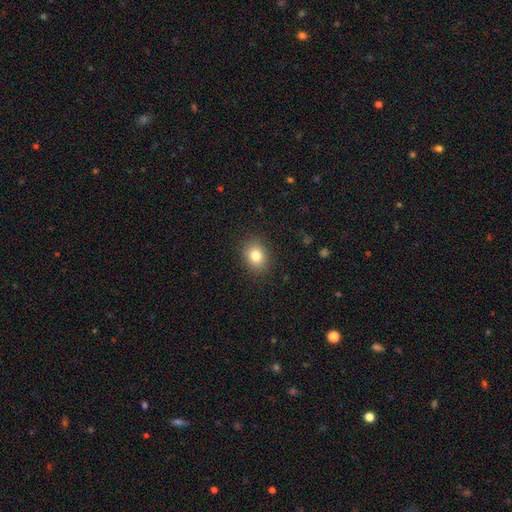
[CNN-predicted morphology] smooth 81%, star or artifact 11%, featured or disk 8%. Down the decision tree: how rounded — round (51%); merging — none (88%).